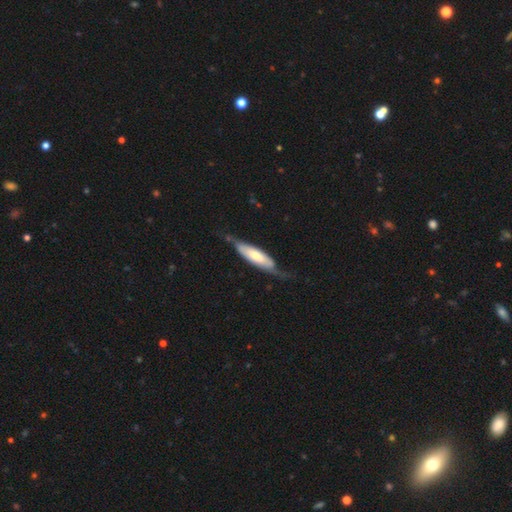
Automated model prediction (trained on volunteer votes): The model was most divided on "edge-on disk": yes: 51%, no: 49%. More confident: merging — none (54%); smooth or featured — featured or disk (51%).